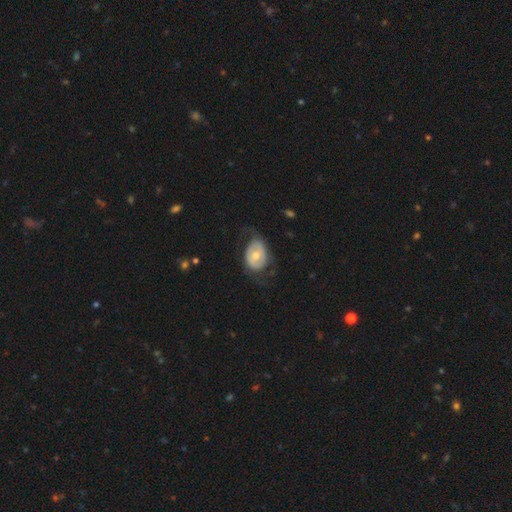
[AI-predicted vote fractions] A featured or disk galaxy (49%).

Vote fractions:
- Smooth or featured? featured or disk: 49% / smooth: 45% / star or artifact: 6%
- Merging? none: 50% / minor disturbance: 27% / major disturbance: 22% / merger: 2%